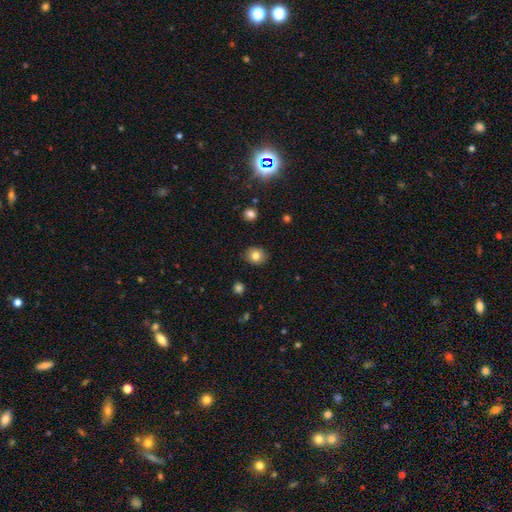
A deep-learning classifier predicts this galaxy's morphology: Smooth or featured? Predicted: smooth (p=0.81). How rounded? Predicted: round (p=0.71). Merging? Predicted: none (p=0.88).